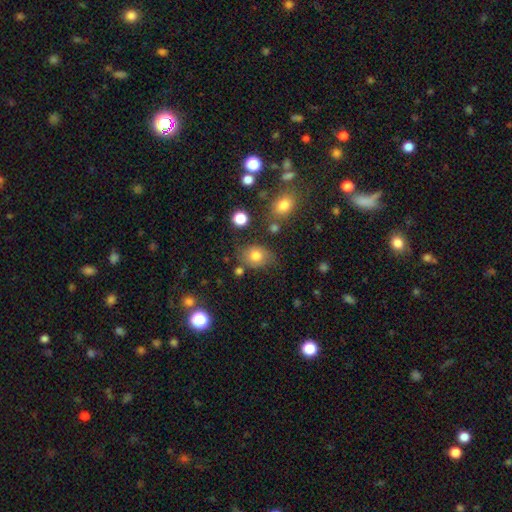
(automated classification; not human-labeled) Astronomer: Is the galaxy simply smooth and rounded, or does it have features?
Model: smooth — 75%.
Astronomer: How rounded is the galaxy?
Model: in between — 55% (runner-up: round, 44%).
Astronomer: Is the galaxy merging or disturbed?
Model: none — 65%.